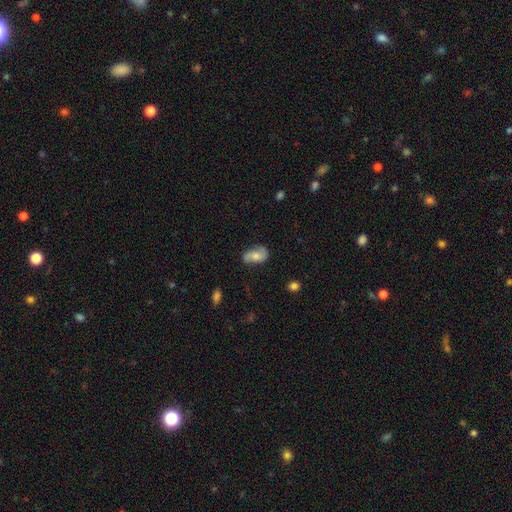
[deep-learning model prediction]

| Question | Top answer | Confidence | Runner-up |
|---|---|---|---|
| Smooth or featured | smooth | 48% | featured or disk (44%) |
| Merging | none | 69% | minor disturbance (23%) |